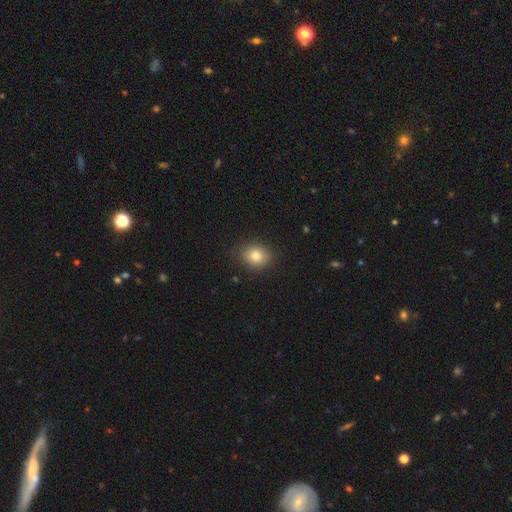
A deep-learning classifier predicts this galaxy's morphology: The model was most divided on "how rounded": round: 61%, in between: 38%, cigar-shaped: 1%. More confident: merging — none (86%); smooth or featured — smooth (81%).